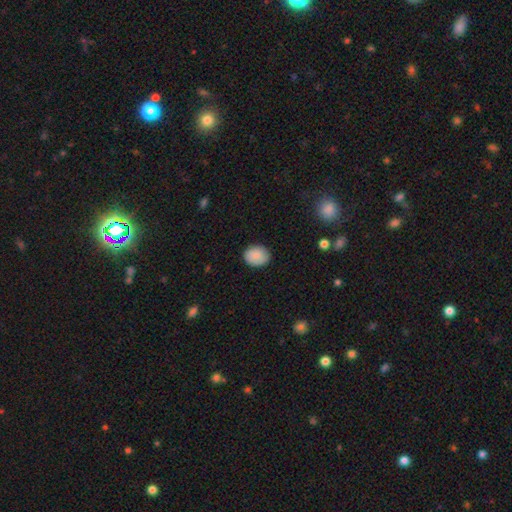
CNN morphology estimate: Smooth or featured? smooth (87%)
How rounded? round (52%)
Merging? none (86%)